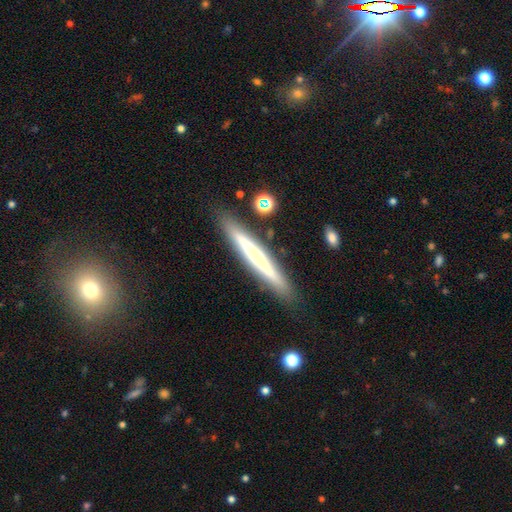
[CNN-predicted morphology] A featured or disk galaxy (57%) viewed edge-on (94%) with no central bulge (54%).

Vote fractions:
- Smooth or featured? featured or disk: 57% / smooth: 37% / star or artifact: 7%
- Edge-on disk? yes: 94% / no: 6%
- Edge-on bulge? none: 54% / rounded: 35% / boxy: 11%
- Merging? none: 86% / minor disturbance: 9% / merger: 3% / major disturbance: 2%